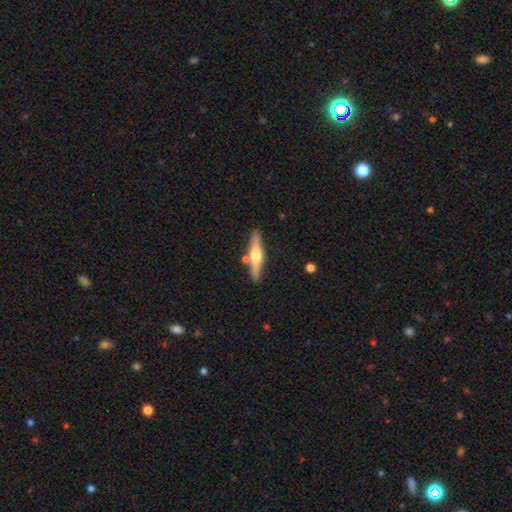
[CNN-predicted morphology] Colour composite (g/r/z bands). It shows a featured or disk galaxy (54%) viewed edge-on (94%) with a rounded central bulge (90%). Merging: none (82%).